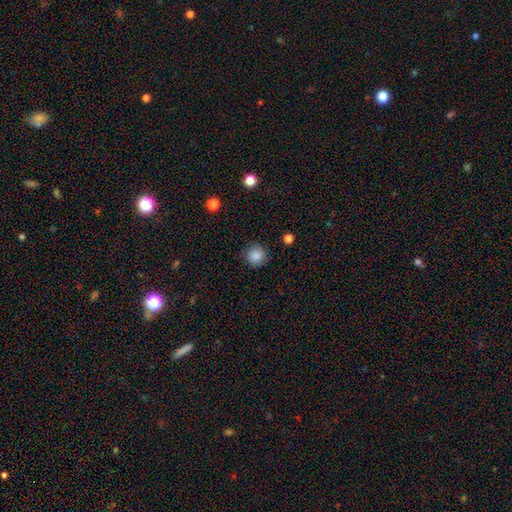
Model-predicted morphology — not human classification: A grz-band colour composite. It shows a smooth galaxy with no disk features (86%) that is round (93%). Merging: none (87%).